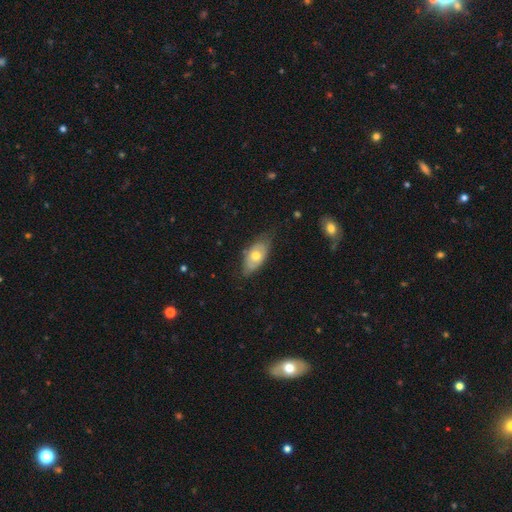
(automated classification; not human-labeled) The model was most divided on "smooth or featured": smooth: 59%, featured or disk: 35%, star or artifact: 6%. More confident: how rounded — in between (89%); merging — none (66%).